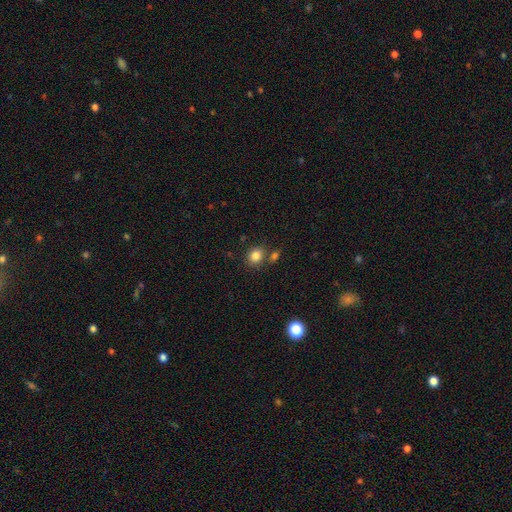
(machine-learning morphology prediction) Overall: smooth (84%). How rounded: round (59%; in between 40%). Merging: none (68%).